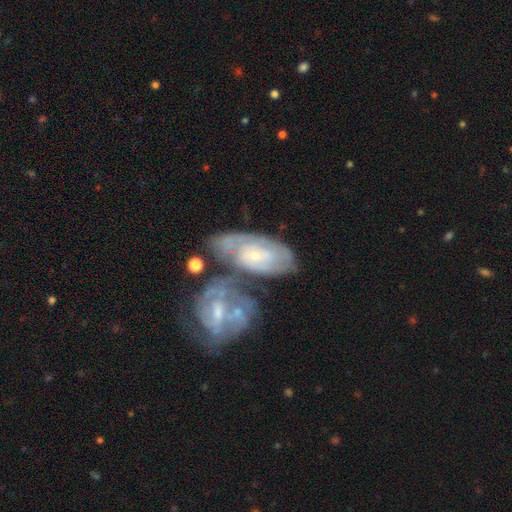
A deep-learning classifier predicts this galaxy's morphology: Smooth or featured?
  - featured or disk: 71% *
  - smooth: 23%
  - star or artifact: 6%
Edge-on disk?
  - no: 94% *
  - yes: 6%
Bar?
  - no: 62% *
  - weak: 31%
  - strong: 7%
Spiral arms?
  - yes: 82% *
  - no: 18%
Spiral winding?
  - tight: 67% *
  - medium: 25%
  - loose: 7%
Spiral arm count?
  - can't tell: 57% *
  - 2: 19%
  - 3: 11%
  - 4: 5%
  - 1: 4%
  - more than 4: 4%
Bulge size?
  - small: 73% *
  - moderate: 21%
  - none: 3%
  - large: 2%
  - dominant: 1%
Merging?
  - merger: 41% *
  - none: 35%
  - minor disturbance: 16%
  - major disturbance: 8%